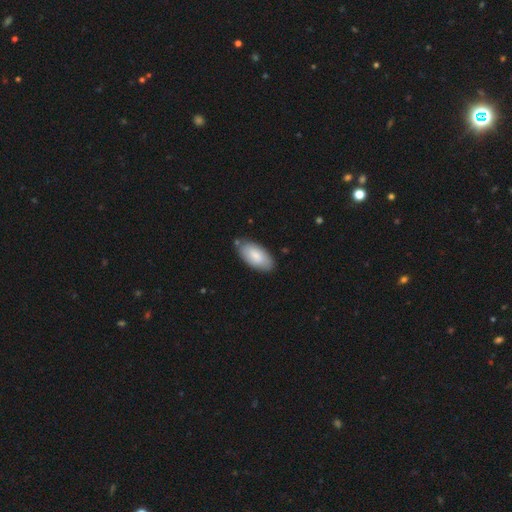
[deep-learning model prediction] smooth-or-featured: smooth: 79% | featured or disk: 16% | star or artifact: 5%
  how-rounded: in between: 93% | cigar-shaped: 5% | round: 2%
  merging: none: 78% | minor disturbance: 16% | merger: 4% | major disturbance: 3%